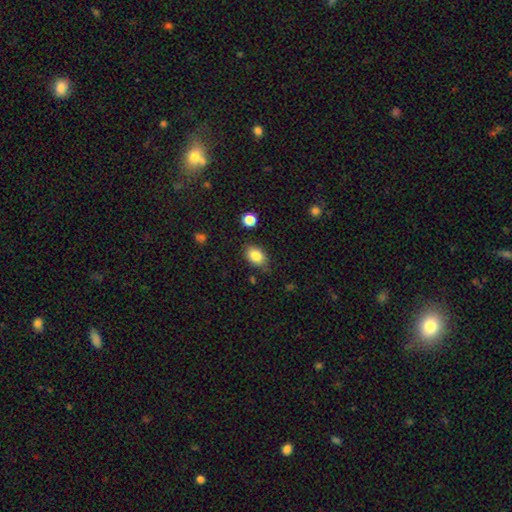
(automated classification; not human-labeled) A smooth galaxy with no disk features (84%) that is in between round and cigar-shaped (79%). Merging: none (76%).